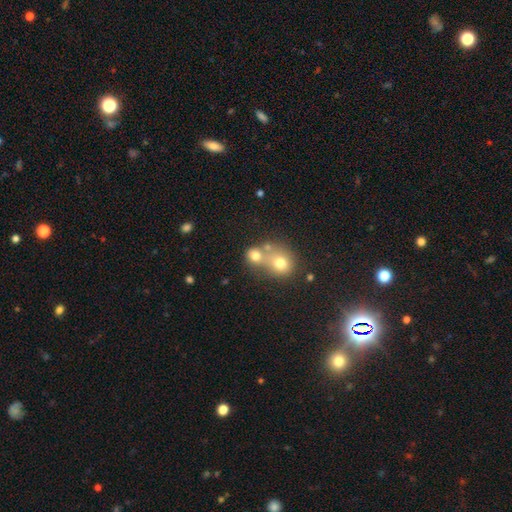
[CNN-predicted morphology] This is likely a smooth galaxy (72%). How rounded: likely round (74%). Merging: possibly merger (56%).